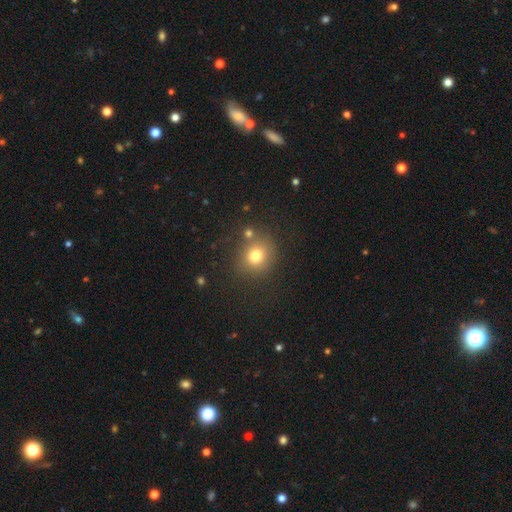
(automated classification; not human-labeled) Morphology: type=smooth (76%); roundness=round (85%); merging=none (75%).